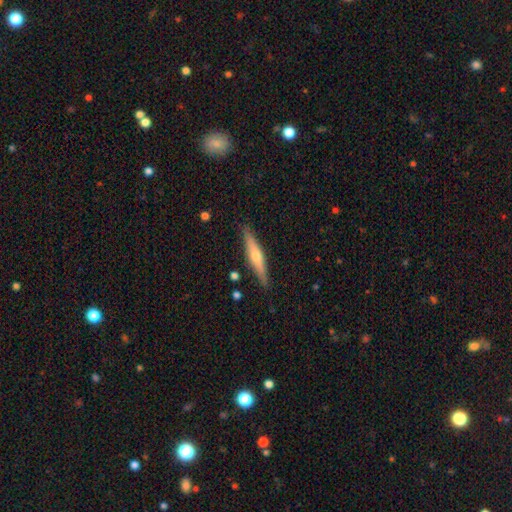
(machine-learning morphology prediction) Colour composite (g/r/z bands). It shows a featured or disk galaxy (59%) viewed edge-on (95%) with a rounded central bulge (83%). Merging: none (89%).